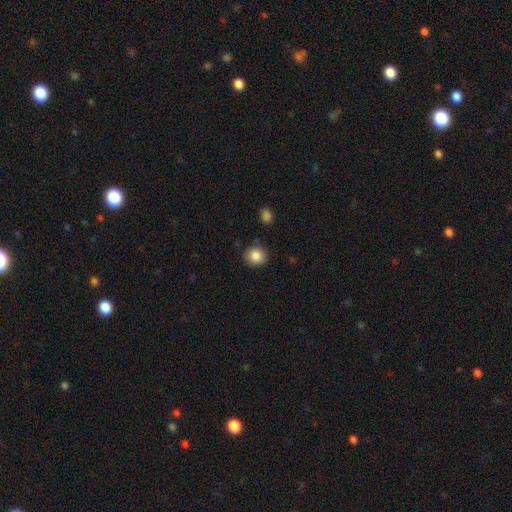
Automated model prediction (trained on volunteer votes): The model was most divided on "how rounded": round: 84%, in between: 15%, cigar-shaped: 1%. More confident: smooth or featured — smooth (86%); merging — none (85%).